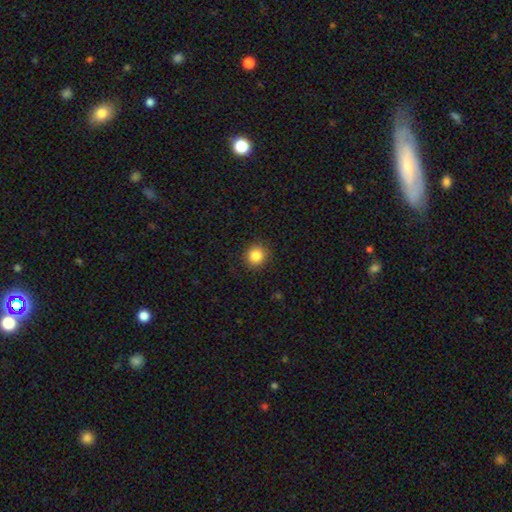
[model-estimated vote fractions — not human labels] A smooth galaxy with no disk features (85%) that is round (89%).

Vote fractions:
- Smooth or featured? smooth: 85% / star or artifact: 10% / featured or disk: 5%
- How rounded? round: 89% / in between: 10% / cigar-shaped: 1%
- Merging? none: 89% / minor disturbance: 7% / major disturbance: 2% / merger: 1%